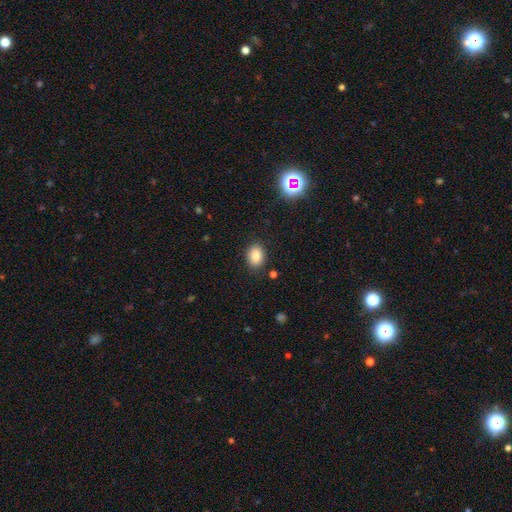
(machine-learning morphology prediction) A smooth galaxy with no disk features (85%) that is in between round and cigar-shaped (75%). Merging: none (87%).